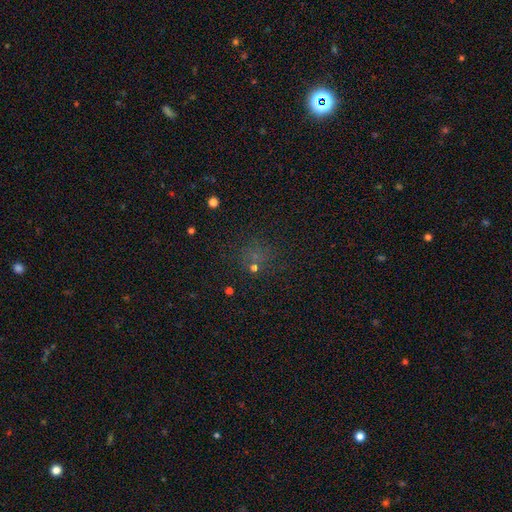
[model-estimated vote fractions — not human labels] Morphology: type=star or artifact (46%).